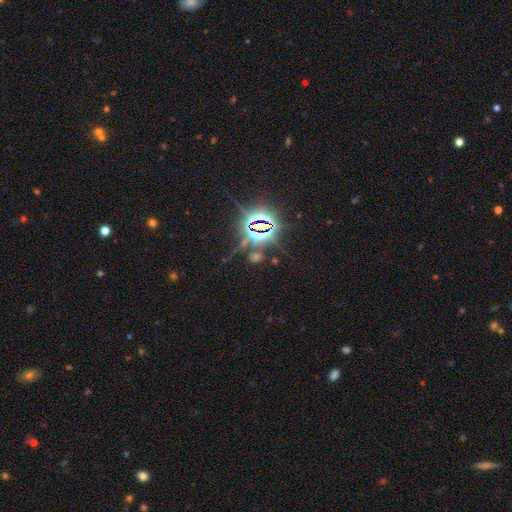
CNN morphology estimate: The model was most divided on "smooth or featured": star or artifact: 82%, smooth: 9%, featured or disk: 9%.